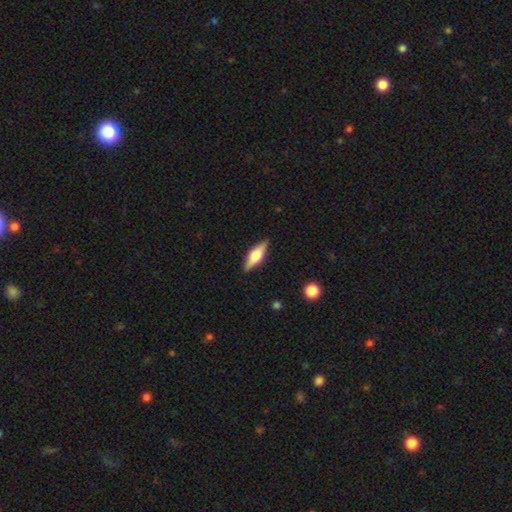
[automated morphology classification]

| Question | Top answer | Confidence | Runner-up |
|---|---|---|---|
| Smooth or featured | featured or disk | 55% | smooth (38%) |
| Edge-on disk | yes | 95% | no (5%) |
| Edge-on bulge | rounded | 88% | boxy (10%) |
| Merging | none | 88% | minor disturbance (9%) |